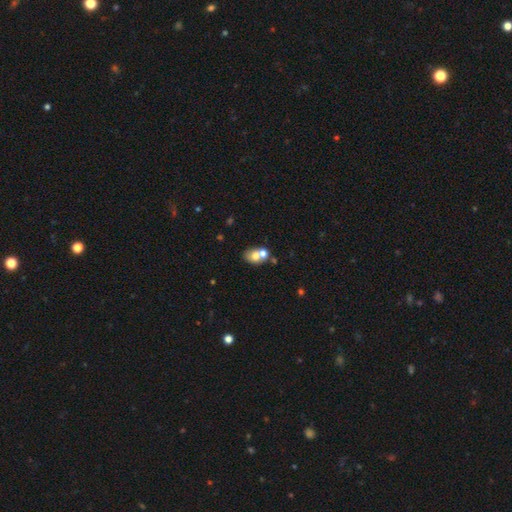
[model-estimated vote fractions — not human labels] Smooth or featured: smooth — 66% (featured or disk — 23%)
How rounded: in between — 62% (round — 37%)
Merging: merger — 49% (none — 36%)